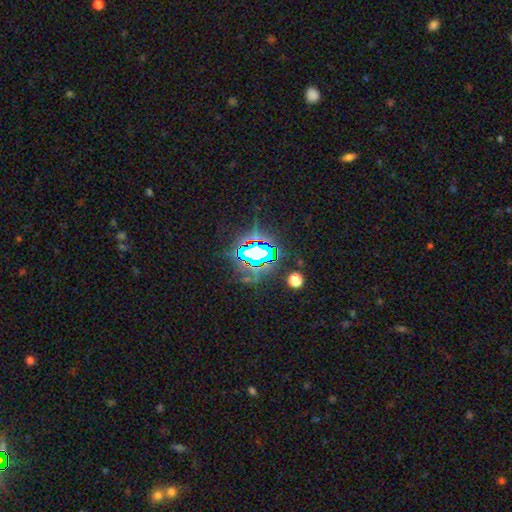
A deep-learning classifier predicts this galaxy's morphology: Smooth or featured? Predicted: star or artifact (p=0.72).